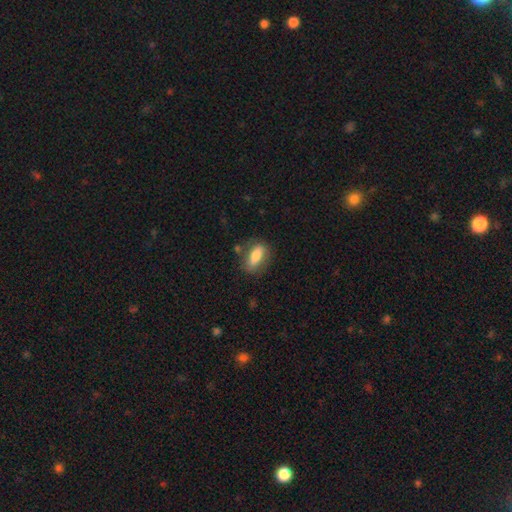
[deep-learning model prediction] smooth_or_featured: smooth (p=0.76) [alt: featured or disk p=0.17]
how_rounded: in between (p=0.77) [alt: cigar-shaped p=0.19]
merging: none (p=0.72) [alt: minor disturbance p=0.18]